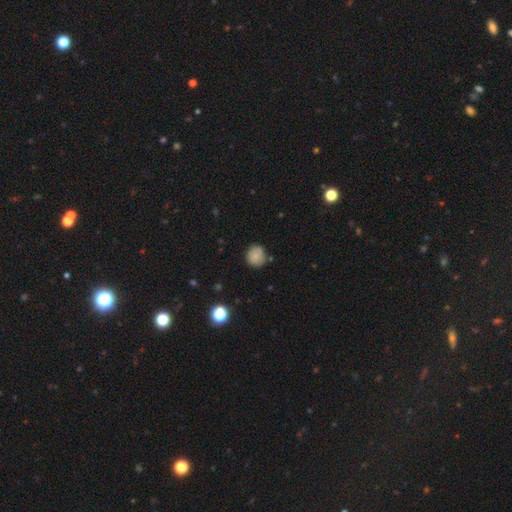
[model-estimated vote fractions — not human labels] This appears to be a smooth galaxy with no disk features (80%) that is round (86%). Merging: none (77%).